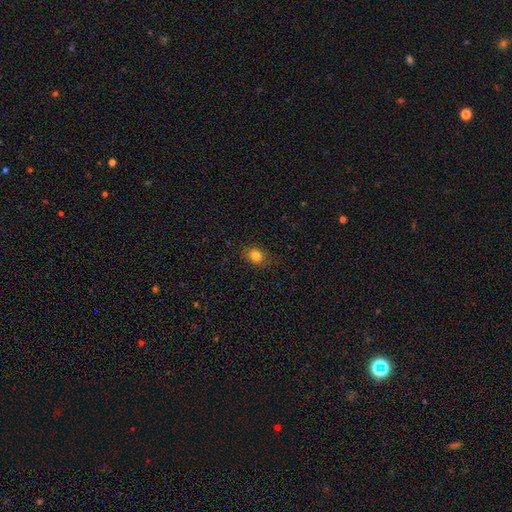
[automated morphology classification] A smooth galaxy with no disk features (81%) that is in between round and cigar-shaped (53%). Merging: none (82%).